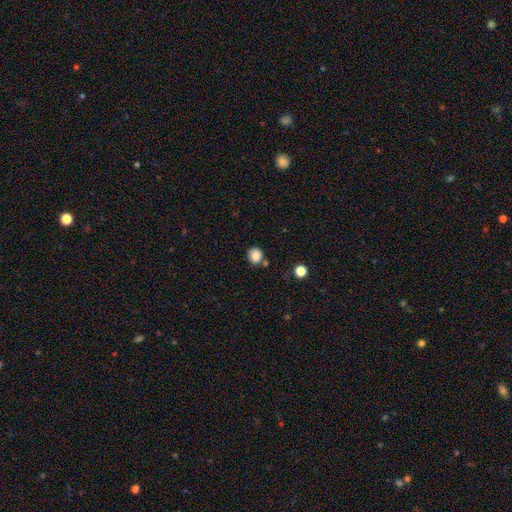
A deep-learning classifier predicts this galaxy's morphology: A smooth galaxy with no disk features (86%) that is round (84%). Merging: none (74%).